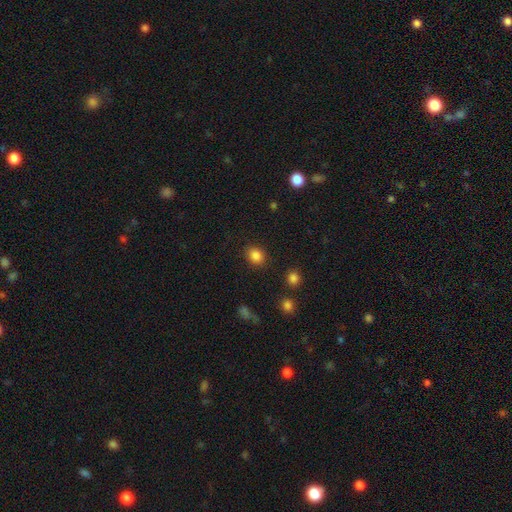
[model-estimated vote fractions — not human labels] Smooth or featured: smooth — 85% (star or artifact — 10%)
How rounded: round — 57% (in between — 42%)
Merging: none — 86% (minor disturbance — 9%)